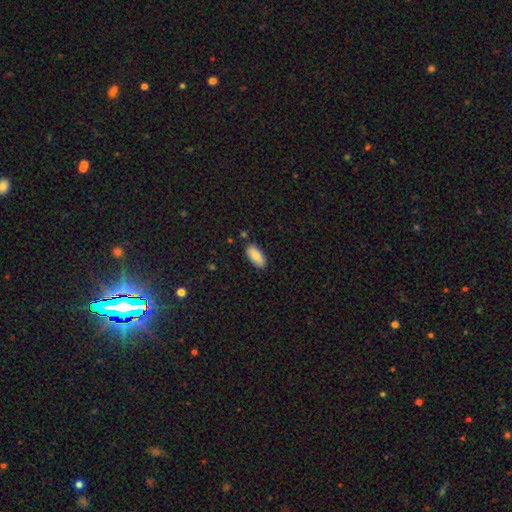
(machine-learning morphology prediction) smooth-or-featured: smooth: 84% | featured or disk: 10% | star or artifact: 7%
  how-rounded: in between: 89% | cigar-shaped: 9% | round: 2%
  merging: none: 84% | minor disturbance: 12% | merger: 2% | major disturbance: 2%